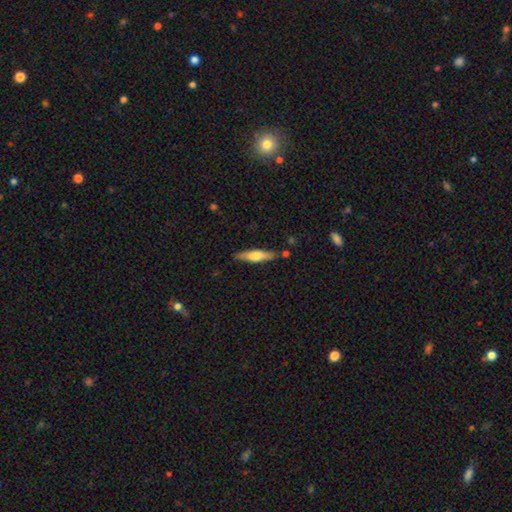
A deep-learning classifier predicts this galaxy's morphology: smooth-or-featured: smooth: 50% | featured or disk: 44% | star or artifact: 6%
  merging: none: 83% | minor disturbance: 11% | merger: 3% | major disturbance: 2%